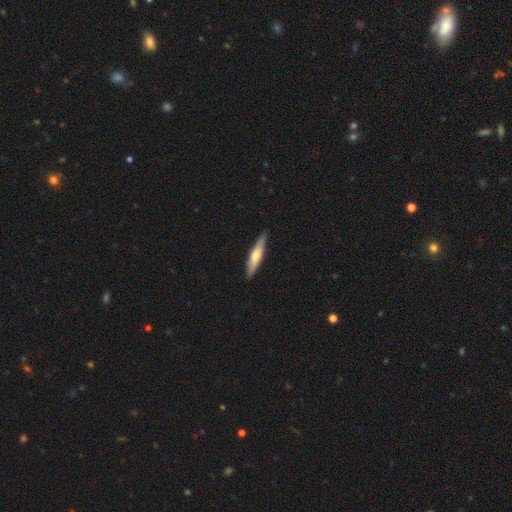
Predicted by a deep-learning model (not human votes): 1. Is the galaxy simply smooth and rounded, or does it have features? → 52% smooth, 43% featured or disk, 5% star or artifact.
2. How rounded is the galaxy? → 85% cigar-shaped, 13% in between, 2% round.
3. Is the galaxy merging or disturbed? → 88% none, 9% minor disturbance, 2% major disturbance, 1% merger.